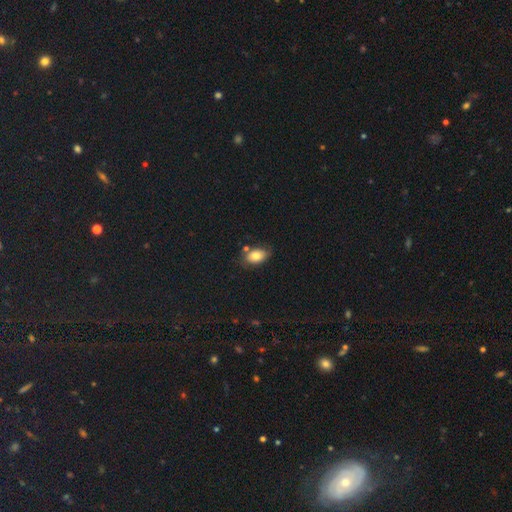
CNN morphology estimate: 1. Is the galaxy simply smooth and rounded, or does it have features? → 79% smooth, 12% featured or disk, 9% star or artifact.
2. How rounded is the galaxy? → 88% in between, 11% round, 2% cigar-shaped.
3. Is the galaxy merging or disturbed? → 71% none, 18% minor disturbance, 8% merger, 4% major disturbance.